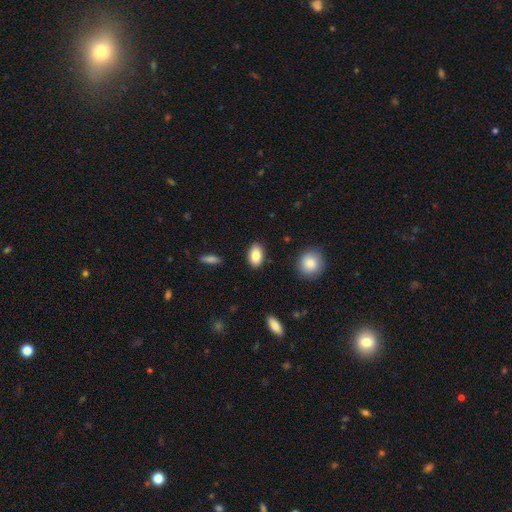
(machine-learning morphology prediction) Overall: smooth (84%). How rounded: in between (90%). Merging: none (87%).